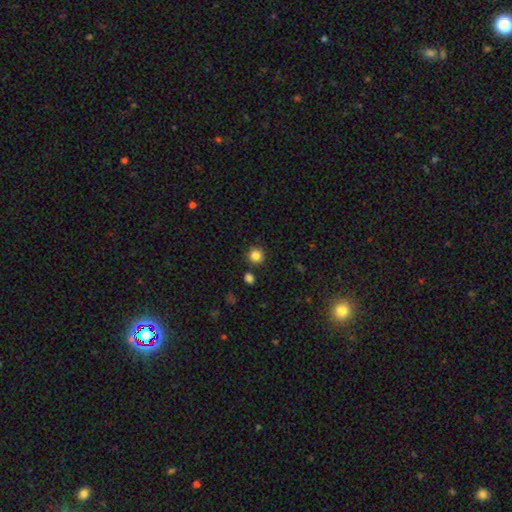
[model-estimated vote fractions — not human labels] The model was most divided on "smooth or featured": smooth: 85%, star or artifact: 11%, featured or disk: 4%. More confident: how rounded — round (94%); merging — none (88%).